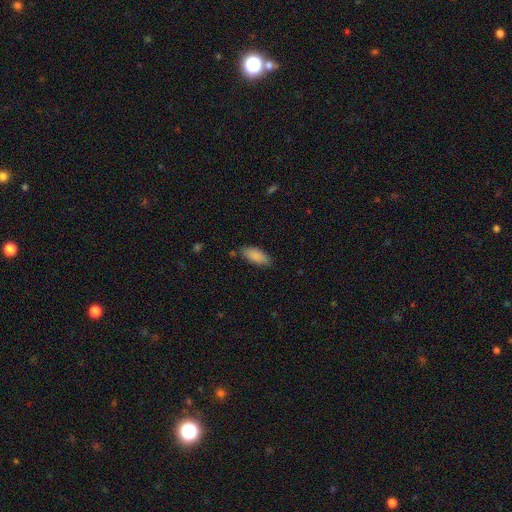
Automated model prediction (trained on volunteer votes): smooth 88%, star or artifact 6%, featured or disk 6%. Down the decision tree: how rounded — in between (81%); merging — none (81%).